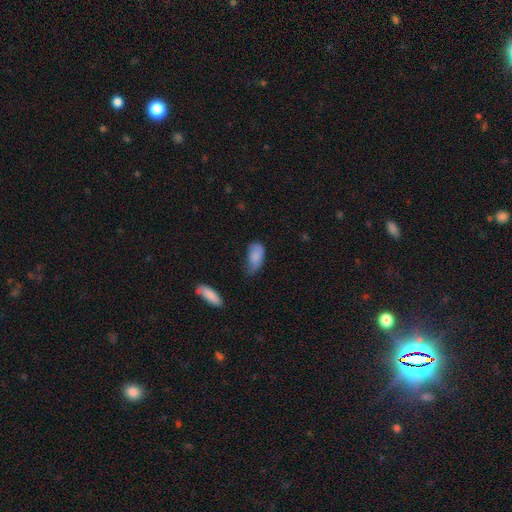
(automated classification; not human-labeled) smooth-or-featured: smooth: 83% | featured or disk: 10% | star or artifact: 7%
  how-rounded: in between: 91% | cigar-shaped: 5% | round: 4%
  merging: minor disturbance: 45% | none: 33% | major disturbance: 19% | merger: 3%